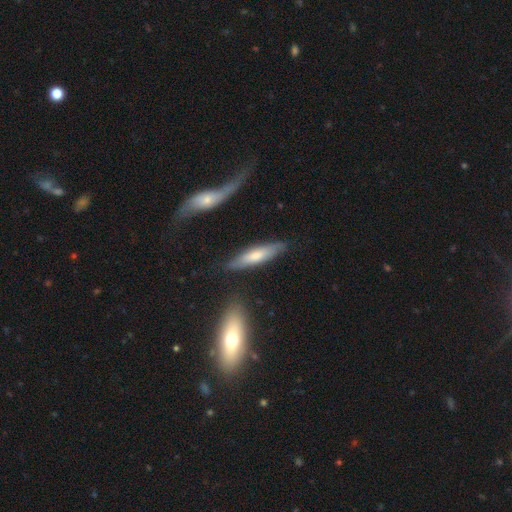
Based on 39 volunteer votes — A smooth galaxy with no disk features (67%) that is cigar-shaped (85%).

Vote fractions:
- Smooth or featured? smooth: 67% / featured or disk: 28% / star or artifact: 5%
- How rounded? cigar-shaped: 85% / in between: 12% / round: 4%
- Merging? none: 70% / minor disturbance: 14% / major disturbance: 14% / merger: 3%